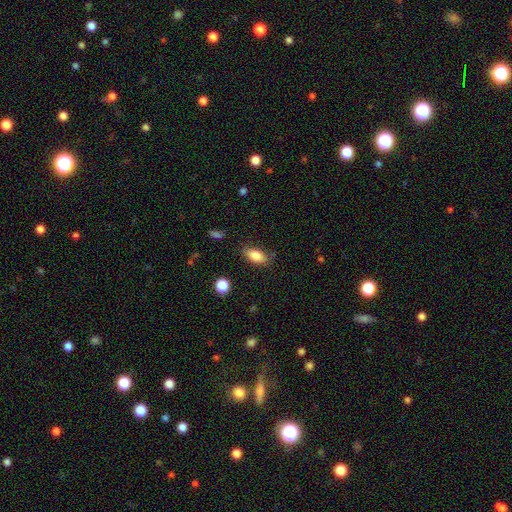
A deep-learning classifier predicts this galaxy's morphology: A smooth galaxy with no disk features (83%) that is in between round and cigar-shaped (87%). Merging: none (78%).